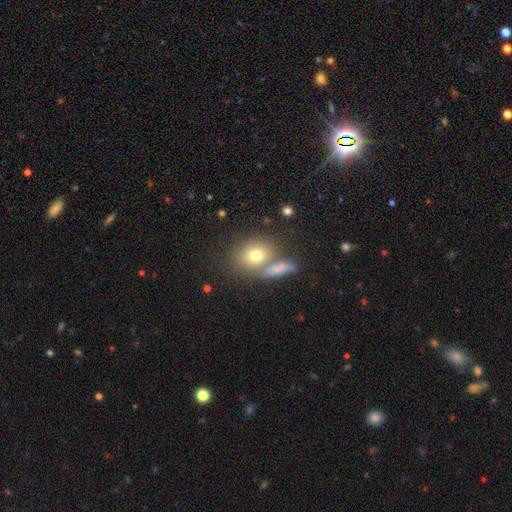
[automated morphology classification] smooth_or_featured: smooth (p=0.73) [alt: featured or disk p=0.16]
how_rounded: round (p=0.55) [alt: in between p=0.42]
merging: none (p=0.56) [alt: merger p=0.28]